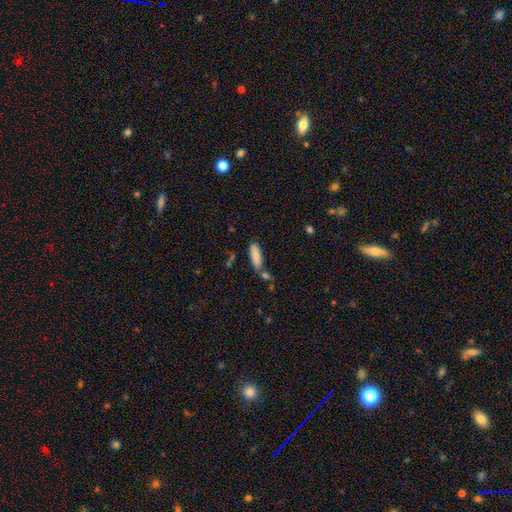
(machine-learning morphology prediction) smooth-or-featured: smooth: 83% | featured or disk: 10% | star or artifact: 7%
  how-rounded: in between: 54% | cigar-shaped: 44% | round: 2%
  merging: none: 58% | merger: 21% | minor disturbance: 16% | major disturbance: 5%